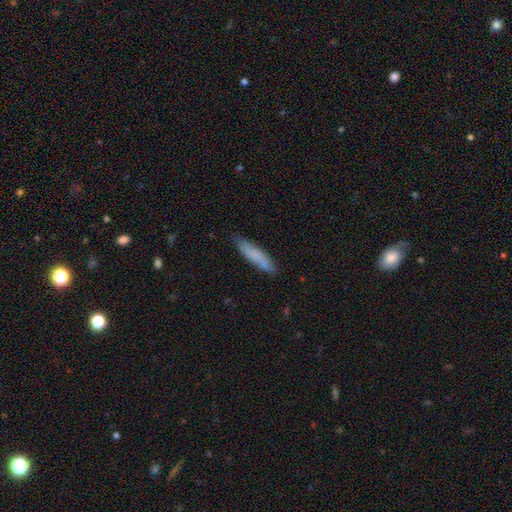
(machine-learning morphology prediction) A smooth galaxy with no disk features (75%) that is cigar-shaped (82%). Merging: none (81%).